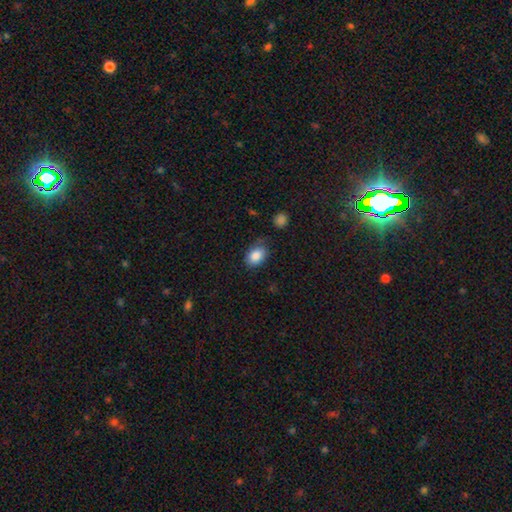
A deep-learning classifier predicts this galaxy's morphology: Q: Smooth or featured?
A: smooth (86%); runner-up: star or artifact (8%)
Q: How rounded?
A: in between (79%); runner-up: round (20%)
Q: Merging?
A: none (69%); runner-up: minor disturbance (23%)